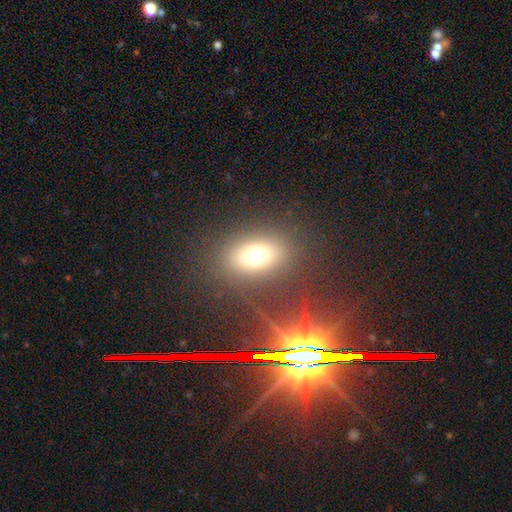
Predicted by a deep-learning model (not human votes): A smooth galaxy with no disk features (61%) that is in between round and cigar-shaped (72%). Merging: none (84%).